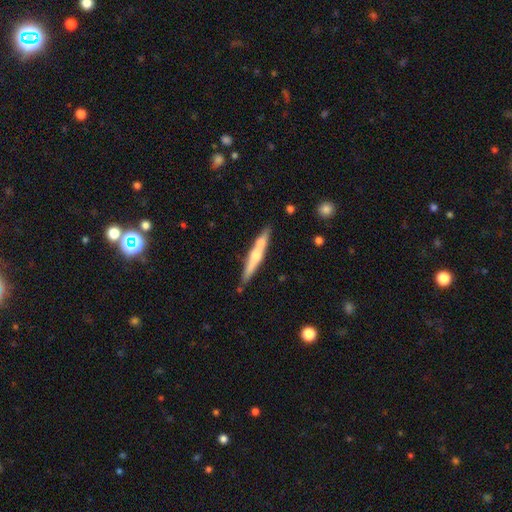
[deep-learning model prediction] A featured or disk galaxy (54%) viewed edge-on (94%) with a rounded central bulge (74%).

Vote fractions:
- Smooth or featured? featured or disk: 54% / smooth: 40% / star or artifact: 6%
- Edge-on disk? yes: 94% / no: 6%
- Edge-on bulge? rounded: 74% / none: 17% / boxy: 9%
- Merging? none: 70% / merger: 14% / minor disturbance: 13% / major disturbance: 3%